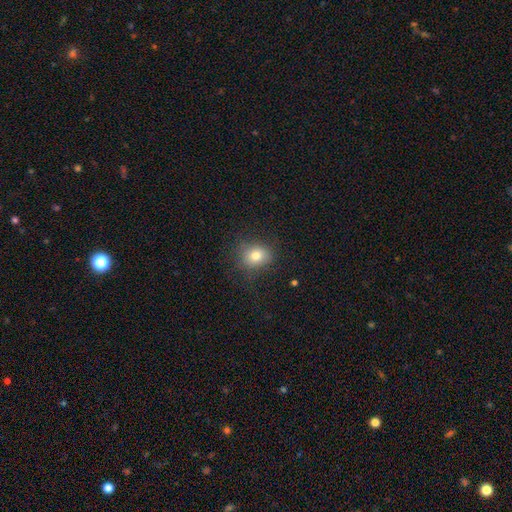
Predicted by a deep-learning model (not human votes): Smooth or featured? Predicted: smooth (p=0.78). How rounded? Predicted: round (p=0.66). Merging? Predicted: none (p=0.80).